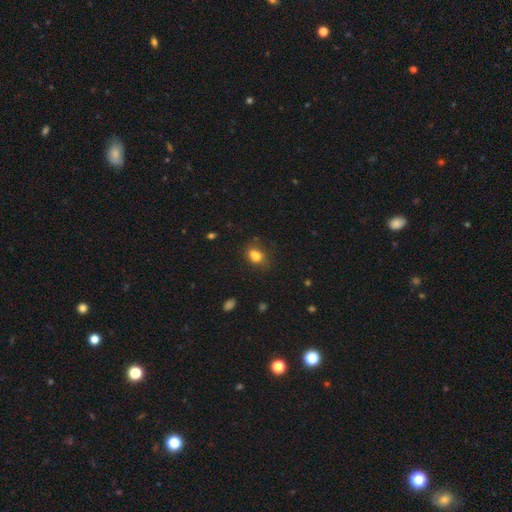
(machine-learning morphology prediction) type=smooth (78%); roundness=in between (67%); merging=none (53%).